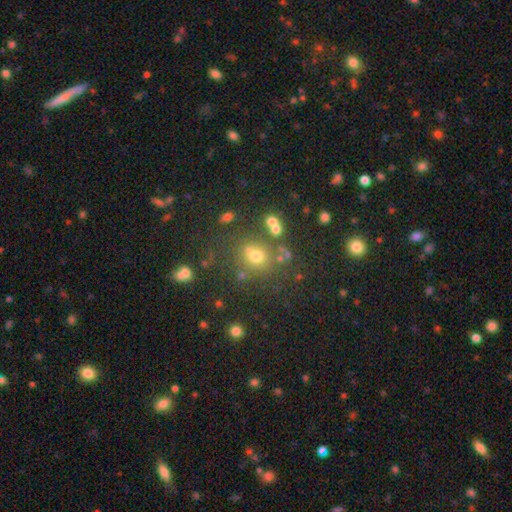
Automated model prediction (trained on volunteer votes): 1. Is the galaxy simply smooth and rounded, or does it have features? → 60% smooth, 27% star or artifact, 13% featured or disk.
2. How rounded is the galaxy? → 75% round, 24% in between, 1% cigar-shaped.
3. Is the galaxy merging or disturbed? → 65% none, 17% merger, 13% minor disturbance, 6% major disturbance.